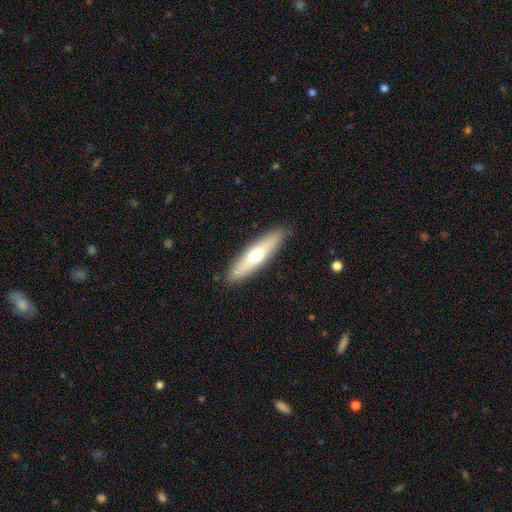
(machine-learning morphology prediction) Q: Smooth or featured?
A: smooth (53%); runner-up: featured or disk (41%)
Q: How rounded?
A: cigar-shaped (73%); runner-up: in between (25%)
Q: Merging?
A: none (88%); runner-up: minor disturbance (8%)